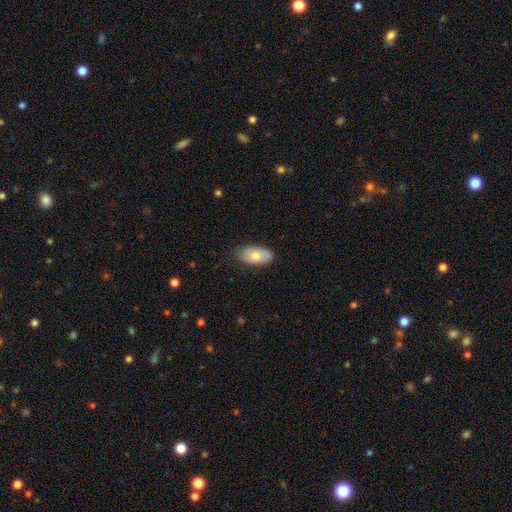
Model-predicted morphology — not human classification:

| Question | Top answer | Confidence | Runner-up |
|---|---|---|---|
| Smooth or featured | smooth | 70% | featured or disk (24%) |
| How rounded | in between | 93% | round (4%) |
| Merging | none | 79% | minor disturbance (17%) |